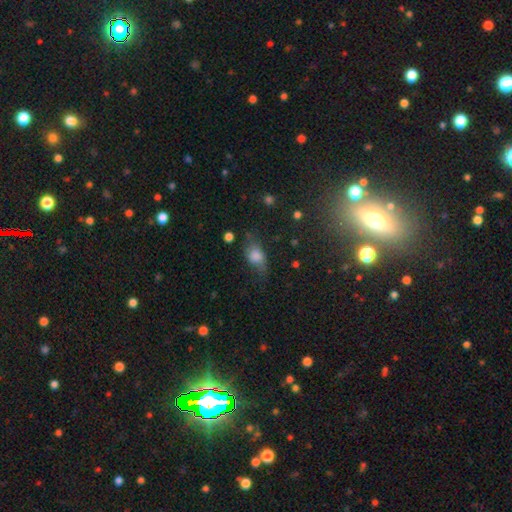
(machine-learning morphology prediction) smooth-or-featured: smooth: 72% | featured or disk: 17% | star or artifact: 11%
  how-rounded: in between: 76% | round: 18% | cigar-shaped: 5%
  merging: none: 55% | minor disturbance: 30% | major disturbance: 13% | merger: 2%